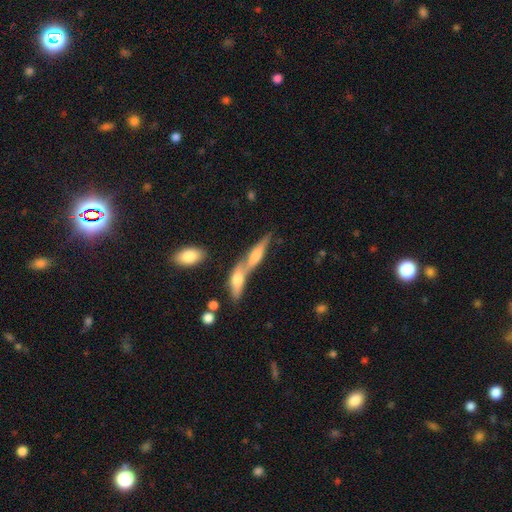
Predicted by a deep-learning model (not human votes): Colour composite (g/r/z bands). It shows a featured or disk galaxy (48%). Merging: merger (52%).